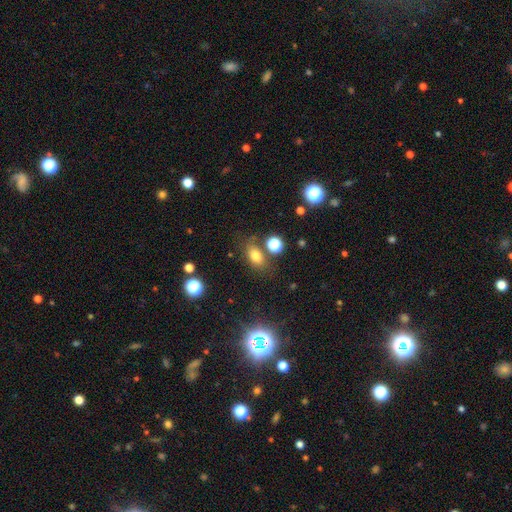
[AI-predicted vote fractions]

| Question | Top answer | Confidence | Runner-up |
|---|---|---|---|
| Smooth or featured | smooth | 73% | star or artifact (16%) |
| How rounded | in between | 75% | round (22%) |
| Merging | none | 71% | minor disturbance (14%) |